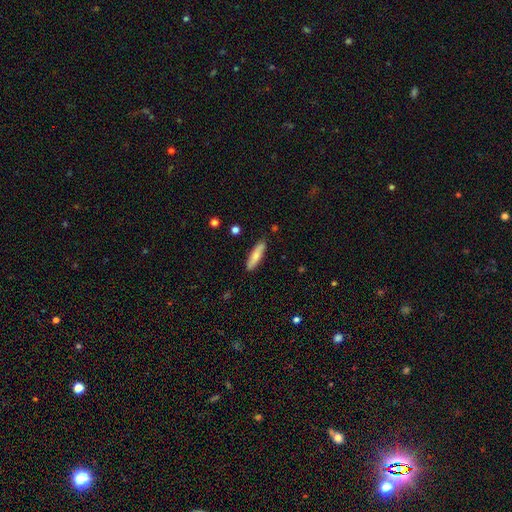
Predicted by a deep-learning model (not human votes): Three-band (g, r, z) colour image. It shows a smooth galaxy with no disk features (74%) that is cigar-shaped (69%). Merging: none (87%).